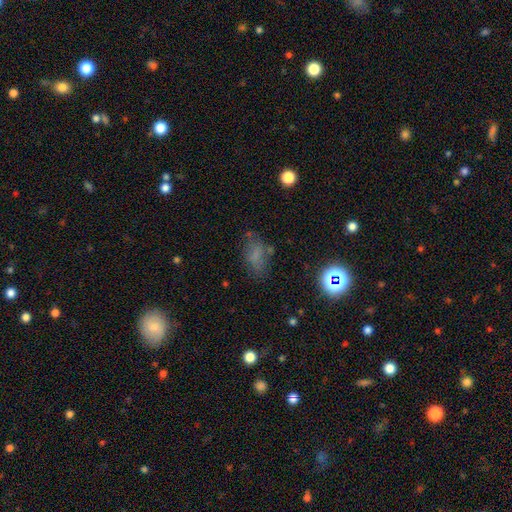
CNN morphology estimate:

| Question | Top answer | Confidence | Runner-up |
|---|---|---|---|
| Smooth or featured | smooth | 61% | star or artifact (22%) |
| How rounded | in between | 83% | round (12%) |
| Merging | none | 62% | minor disturbance (21%) |